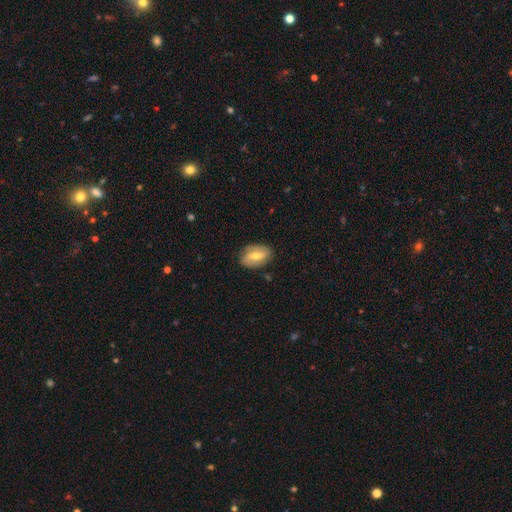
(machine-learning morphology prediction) Smooth or featured? smooth (48%)
Merging? none (82%)